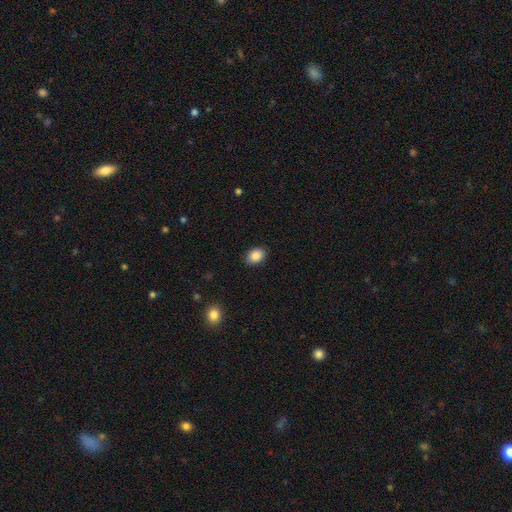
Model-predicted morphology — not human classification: Smooth or featured?
  - smooth: 88% *
  - star or artifact: 8%
  - featured or disk: 4%
How rounded?
  - in between: 71% *
  - round: 28%
  - cigar-shaped: 1%
Merging?
  - none: 87% *
  - minor disturbance: 9%
  - major disturbance: 2%
  - merger: 1%